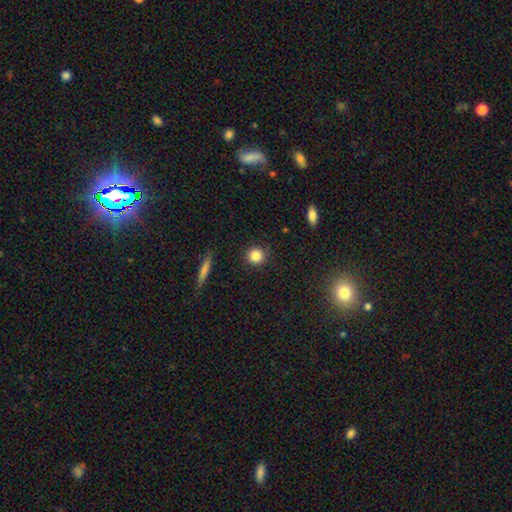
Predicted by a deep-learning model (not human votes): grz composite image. It shows a smooth galaxy with no disk features (84%) that is round (91%). Merging: none (86%).